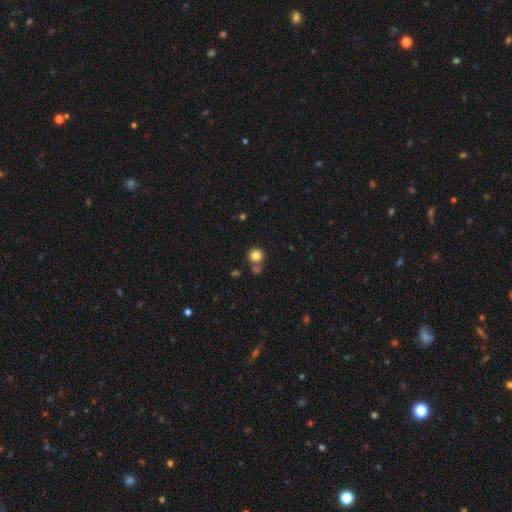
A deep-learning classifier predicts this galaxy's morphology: Smooth or featured?
  - smooth: 84% *
  - star or artifact: 11%
  - featured or disk: 6%
How rounded?
  - round: 92% *
  - in between: 7%
  - cigar-shaped: 1%
Merging?
  - none: 64% *
  - merger: 23%
  - minor disturbance: 9%
  - major disturbance: 4%